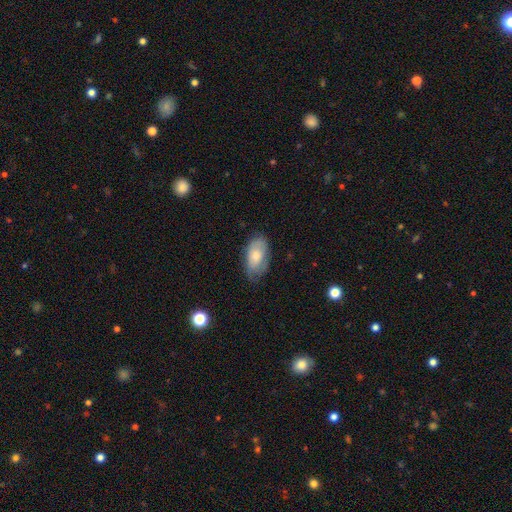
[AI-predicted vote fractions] smooth-or-featured: smooth: 67% | featured or disk: 27% | star or artifact: 6%
  how-rounded: in between: 93% | round: 4% | cigar-shaped: 3%
  merging: none: 63% | minor disturbance: 28% | major disturbance: 8% | merger: 1%